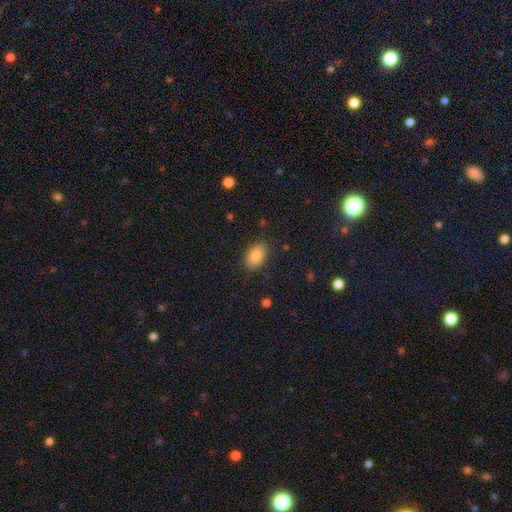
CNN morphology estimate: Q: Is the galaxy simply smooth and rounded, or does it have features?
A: smooth — 85%.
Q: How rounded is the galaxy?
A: in between — 86%.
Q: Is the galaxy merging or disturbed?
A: none — 86%.